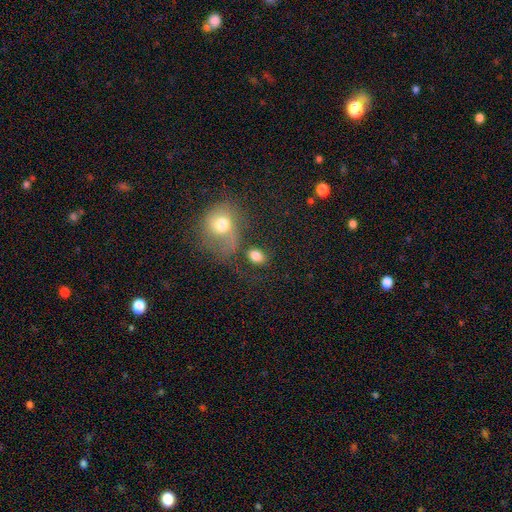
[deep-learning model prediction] smooth 78%, featured or disk 12%, star or artifact 10%. Down the decision tree: how rounded — in between (67%); merging — none (56%).